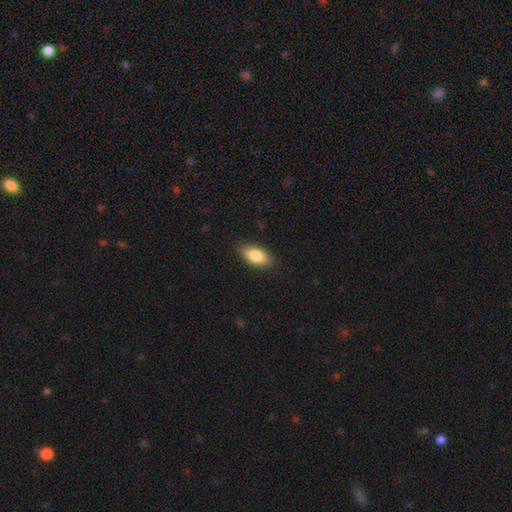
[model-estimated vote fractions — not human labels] Smooth or featured? Predicted: smooth (p=0.84). How rounded? Predicted: in between (p=0.89). Merging? Predicted: none (p=0.86).